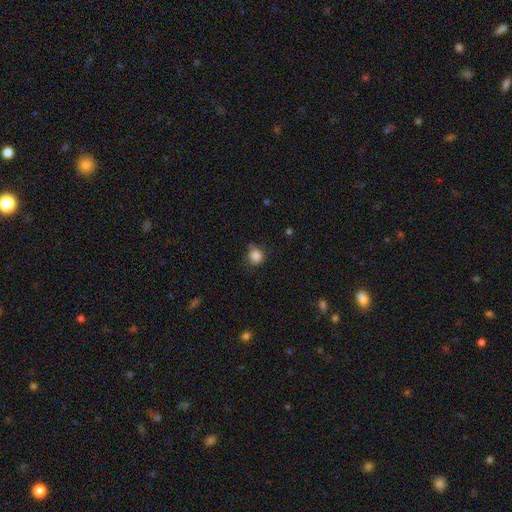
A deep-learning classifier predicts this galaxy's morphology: This is clearly a smooth galaxy (85%). How rounded: clearly round (85%). Merging: likely none (68%).